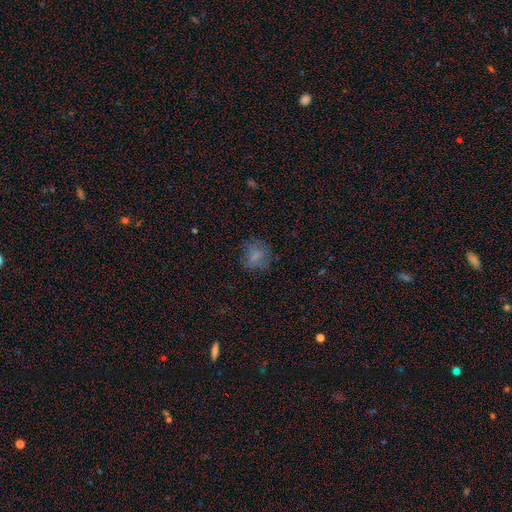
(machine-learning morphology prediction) A smooth galaxy with no disk features (70%) that is round (73%).

Vote fractions:
- Smooth or featured? smooth: 70% / featured or disk: 16% / star or artifact: 13%
- How rounded? round: 73% / in between: 26% / cigar-shaped: 2%
- Merging? none: 72% / minor disturbance: 17% / major disturbance: 9% / merger: 1%